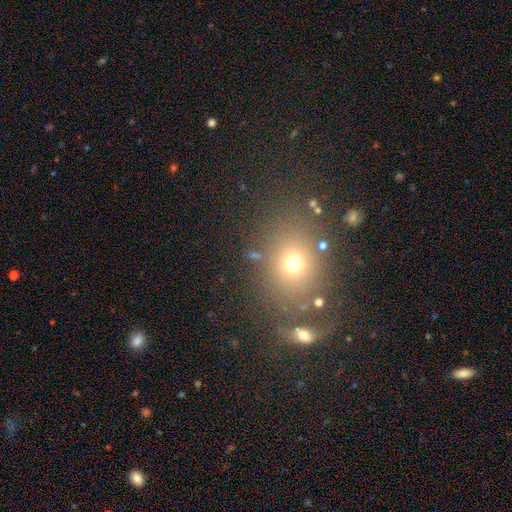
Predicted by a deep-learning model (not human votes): The model was most divided on "how rounded": round: 57%, in between: 42%, cigar-shaped: 2%. More confident: merging — none (73%); smooth or featured — smooth (65%).